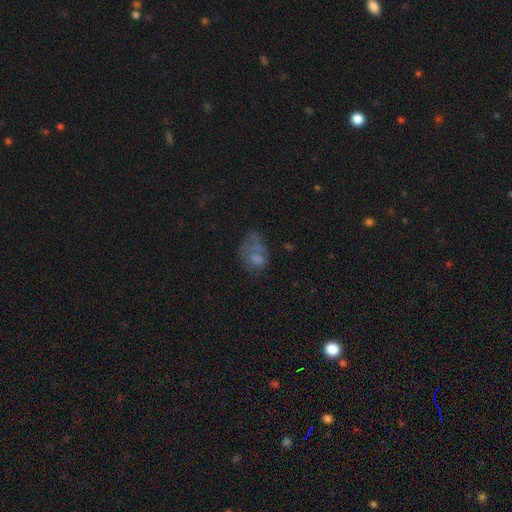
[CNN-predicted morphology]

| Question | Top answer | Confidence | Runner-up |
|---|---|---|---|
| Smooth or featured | smooth | 50% | featured or disk (32%) |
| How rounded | in between | 74% | round (24%) |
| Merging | none | 34% | major disturbance (33%) |